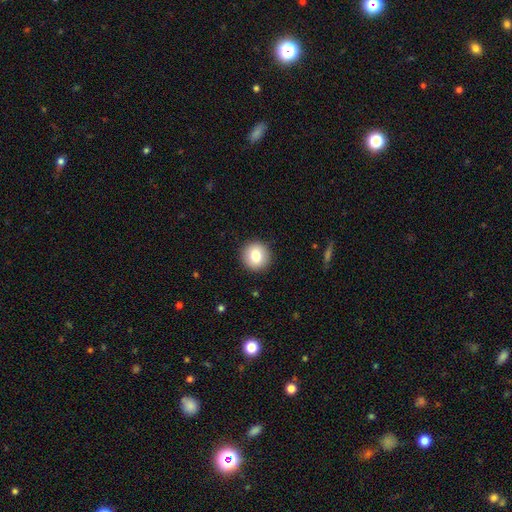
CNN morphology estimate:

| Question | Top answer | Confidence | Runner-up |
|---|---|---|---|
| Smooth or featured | smooth | 81% | featured or disk (11%) |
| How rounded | round | 94% | in between (5%) |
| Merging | none | 92% | minor disturbance (5%) |